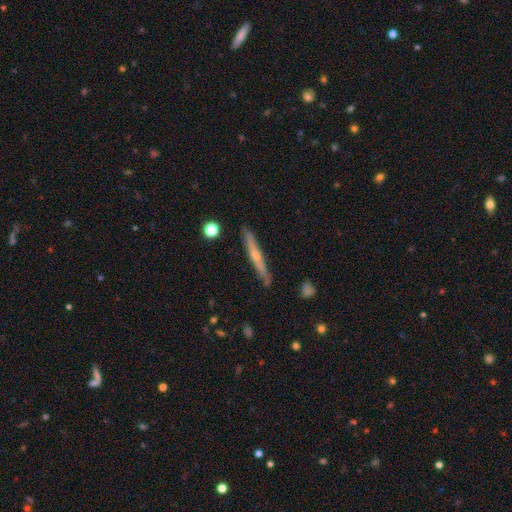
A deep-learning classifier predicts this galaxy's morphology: type=featured or disk (62%); edge-on=yes (96%); edge-on bulge=rounded (71%); merging=none (87%).